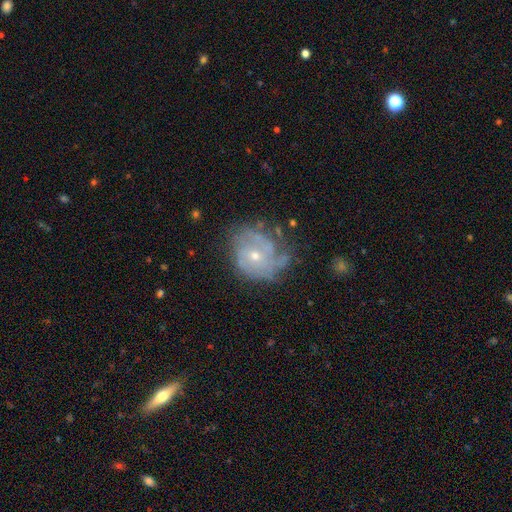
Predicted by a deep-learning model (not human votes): Smooth or featured? featured or disk (73%)
Edge-on disk? no (97%)
Bar? no (74%)
Spiral arms? yes (81%)
Spiral winding? tight (50%)
Spiral arm count? can't tell (41%)
Bulge size? small (66%)
Merging? none (51%)